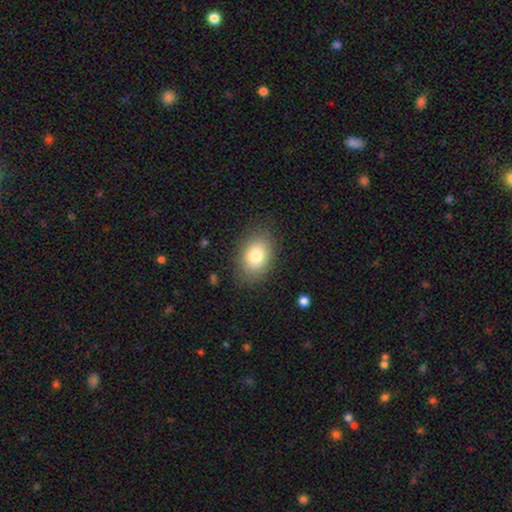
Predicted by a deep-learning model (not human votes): Smooth or featured? Predicted: smooth (p=0.80). How rounded? Predicted: in between (p=0.81). Merging? Predicted: none (p=0.83).